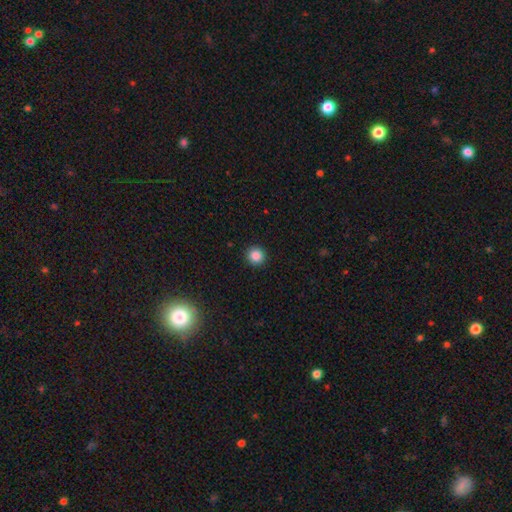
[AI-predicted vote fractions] smooth-or-featured: smooth: 87% | star or artifact: 10% | featured or disk: 3%
  how-rounded: round: 95% | in between: 4% | cigar-shaped: 1%
  merging: none: 93% | minor disturbance: 5% | major disturbance: 2% | merger: 1%